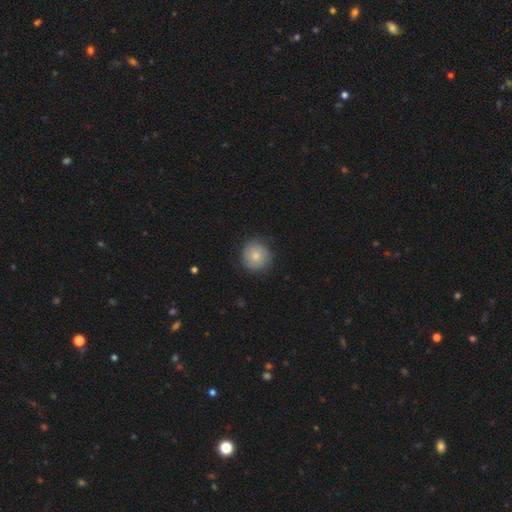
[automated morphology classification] A smooth galaxy with no disk features (70%) that is round (93%). Merging: none (78%).